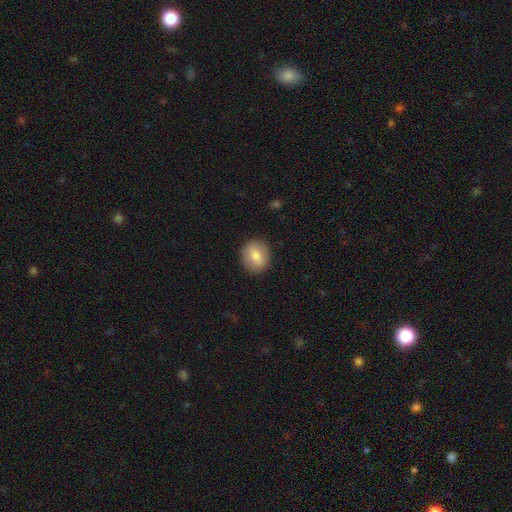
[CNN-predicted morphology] This appears to be a smooth galaxy with no disk features (76%) that is round (76%). Merging: none (89%).